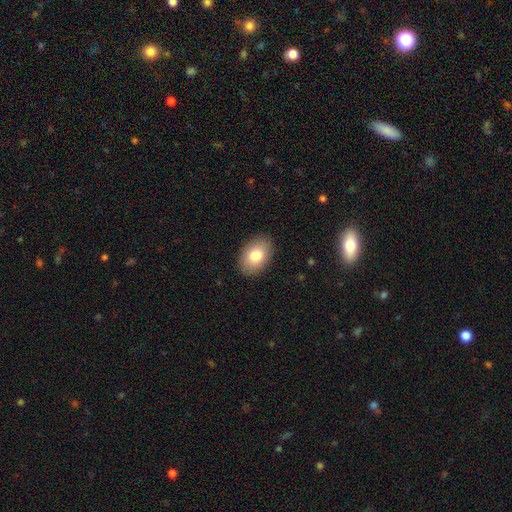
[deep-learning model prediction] smooth_or_featured: smooth (p=0.80) [alt: featured or disk p=0.12]
how_rounded: in between (p=0.86) [alt: round p=0.13]
merging: none (p=0.89) [alt: minor disturbance p=0.08]